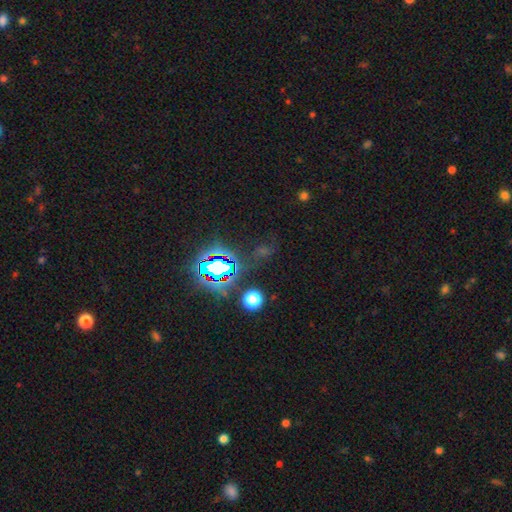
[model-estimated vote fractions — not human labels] Q: Smooth or featured?
A: star or artifact (81%); runner-up: smooth (12%)